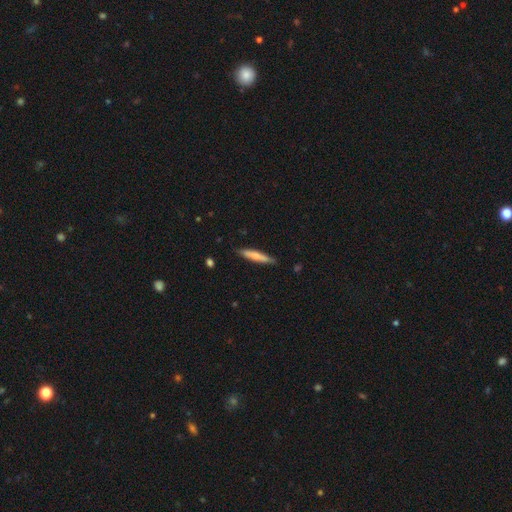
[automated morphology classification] This appears to be a smooth galaxy with no disk features (71%) that is cigar-shaped (92%). Merging: none (86%).